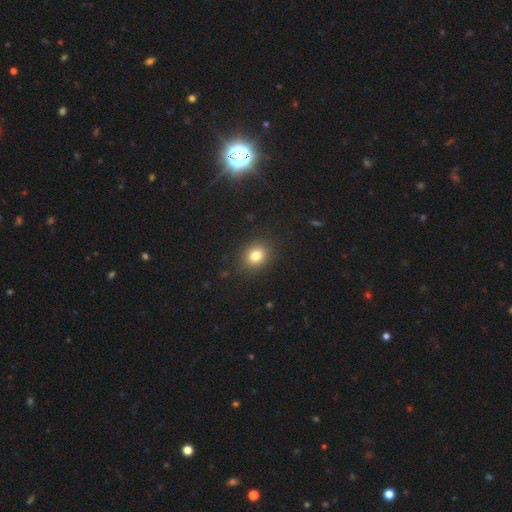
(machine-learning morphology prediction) This appears to be a smooth galaxy with no disk features (80%) that is round (63%). Merging: none (88%).